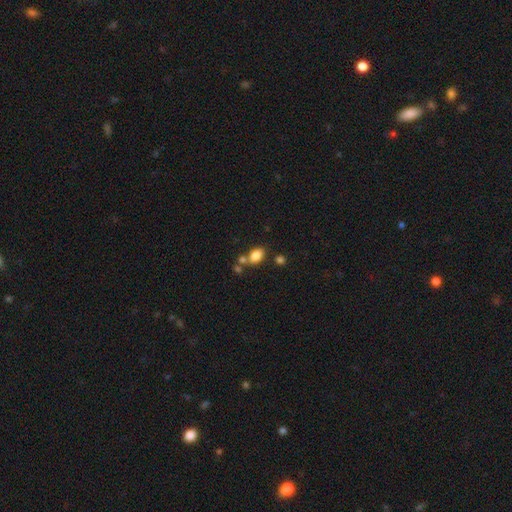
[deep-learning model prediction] A smooth galaxy with no disk features (82%) that is in between round and cigar-shaped (84%). Merging: none (59%).